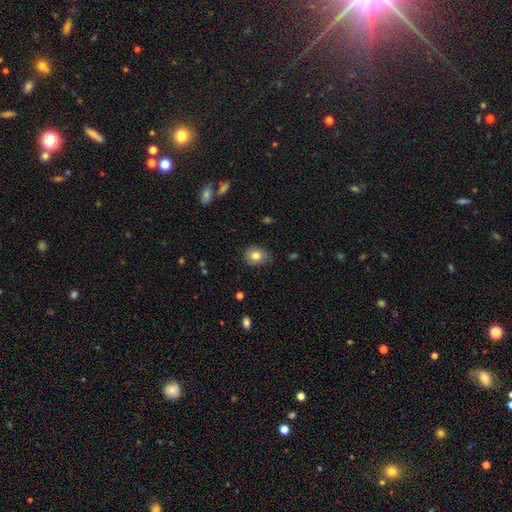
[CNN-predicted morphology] type=smooth (79%); roundness=round (64%); merging=none (82%).